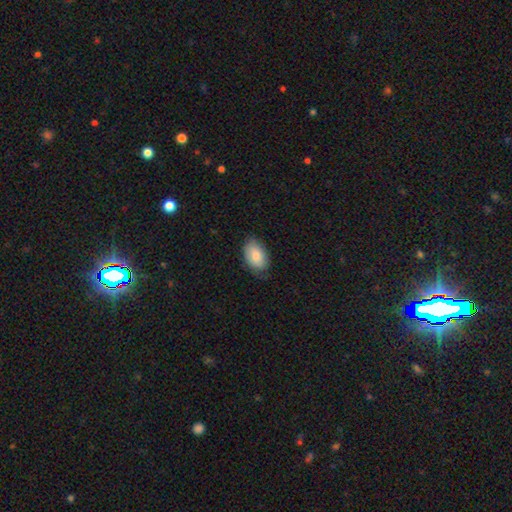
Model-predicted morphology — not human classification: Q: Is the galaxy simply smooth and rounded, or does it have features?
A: smooth — 83%.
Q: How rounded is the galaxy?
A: in between — 91%.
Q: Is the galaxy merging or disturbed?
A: none — 72%.